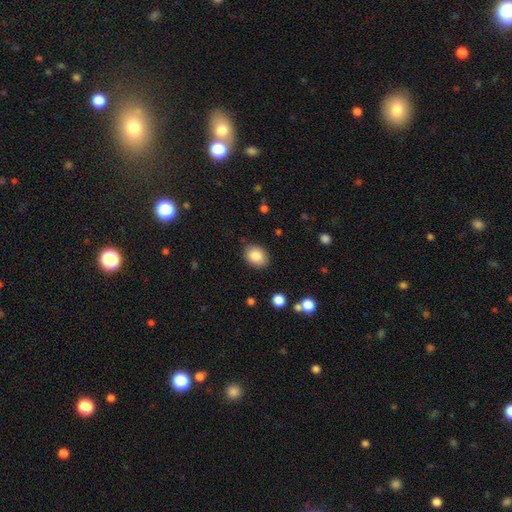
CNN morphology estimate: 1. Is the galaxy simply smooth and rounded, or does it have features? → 86% smooth, 8% star or artifact, 6% featured or disk.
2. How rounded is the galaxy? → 62% in between, 37% round, 1% cigar-shaped.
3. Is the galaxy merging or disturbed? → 84% none, 11% minor disturbance, 3% major disturbance, 1% merger.